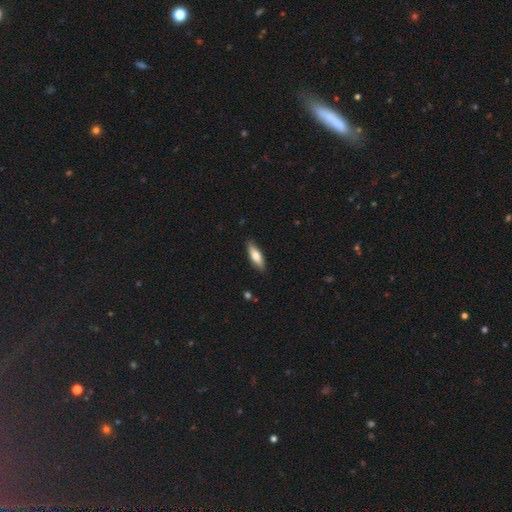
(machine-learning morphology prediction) Smooth or featured: smooth — 70% (featured or disk — 24%)
How rounded: in between — 53% (cigar-shaped — 44%)
Merging: none — 84% (minor disturbance — 12%)